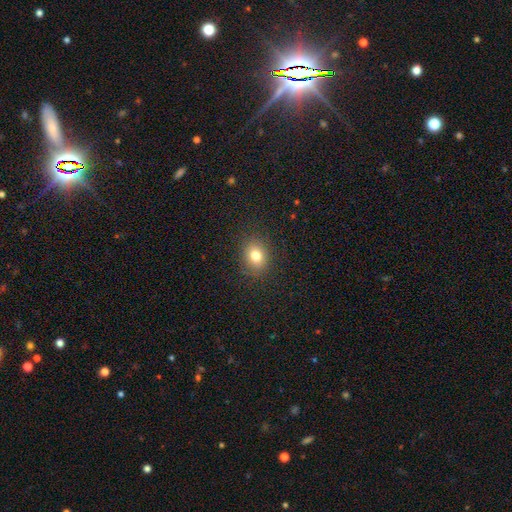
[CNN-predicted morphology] Smooth or featured? Predicted: smooth (p=0.79). How rounded? Predicted: in between (p=0.50). Merging? Predicted: none (p=0.88).